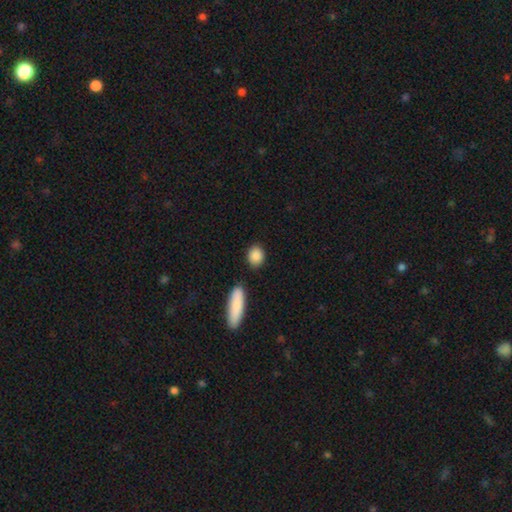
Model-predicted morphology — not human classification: Smooth or featured? Predicted: smooth (p=0.89). How rounded? Predicted: round (p=0.52). Merging? Predicted: none (p=0.81).